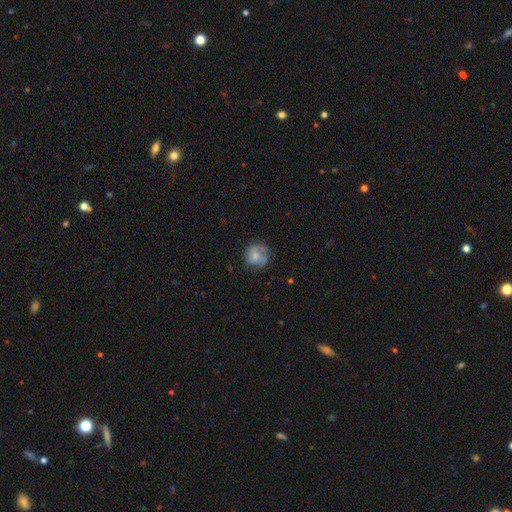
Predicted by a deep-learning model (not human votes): Morphology: type=smooth (50%); roundness=round (81%); merging=none (62%).